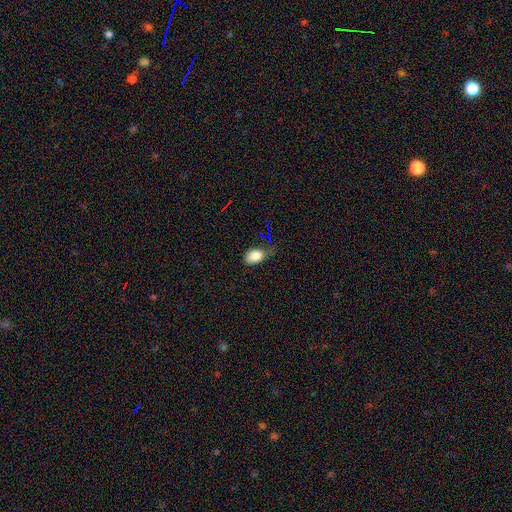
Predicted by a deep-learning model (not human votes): A smooth galaxy with no disk features (83%) that is in between round and cigar-shaped (86%).

Vote fractions:
- Smooth or featured? smooth: 83% / star or artifact: 9% / featured or disk: 8%
- How rounded? in between: 86% / round: 13% / cigar-shaped: 2%
- Merging? none: 45% / minor disturbance: 37% / major disturbance: 14% / merger: 4%